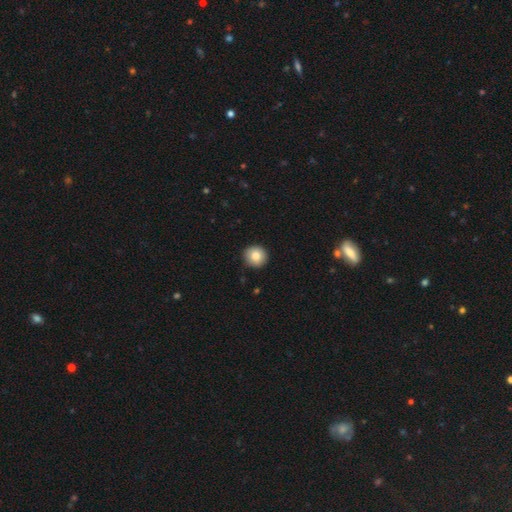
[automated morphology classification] A smooth galaxy with no disk features (82%) that is round (93%). Merging: none (91%).